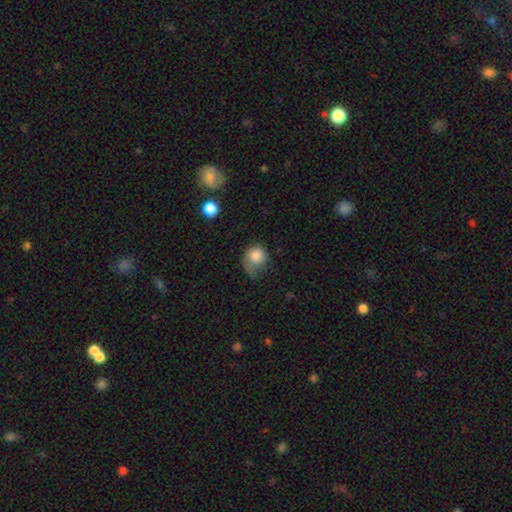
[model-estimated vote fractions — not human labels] smooth 81%, featured or disk 11%, star or artifact 8%. Down the decision tree: how rounded — round (76%); merging — major disturbance (36%).